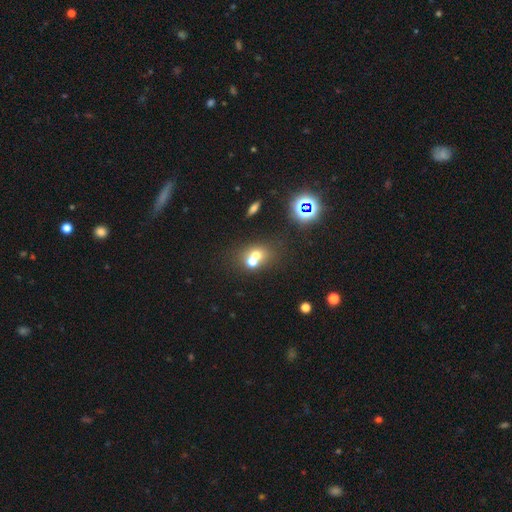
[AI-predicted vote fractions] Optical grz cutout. It shows a smooth galaxy with no disk features (59%) that is round (64%). Merging: merger (56%).